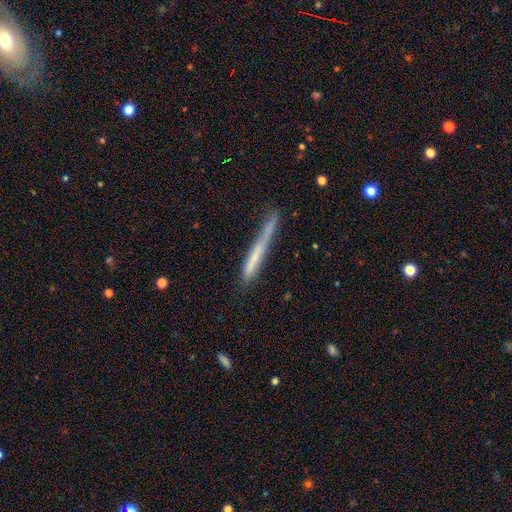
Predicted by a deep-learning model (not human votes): Morphology: type=smooth (56%); roundness=cigar-shaped (96%); merging=none (68%).